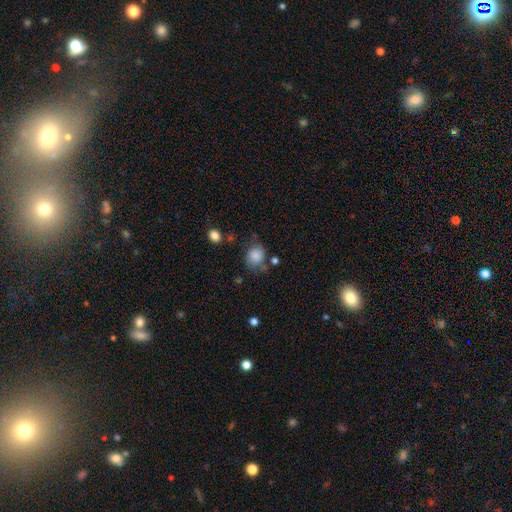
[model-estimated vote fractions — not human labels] The model was most divided on "how rounded": round: 64%, in between: 36%, cigar-shaped: 1%. More confident: smooth or featured — smooth (85%); merging — none (63%).